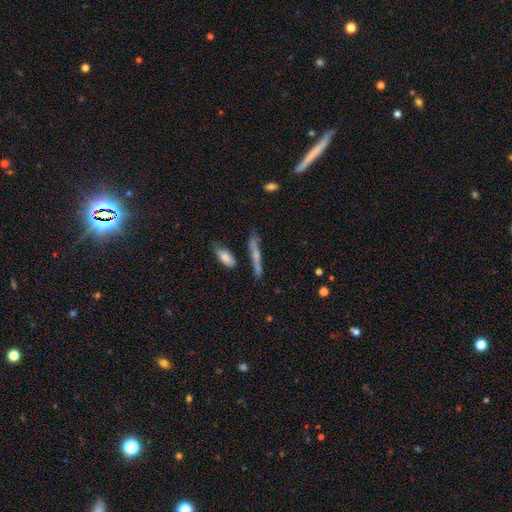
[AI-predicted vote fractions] Q: Smooth or featured?
A: featured or disk (45%); runner-up: smooth (44%)
Q: Merging?
A: none (70%); runner-up: minor disturbance (16%)